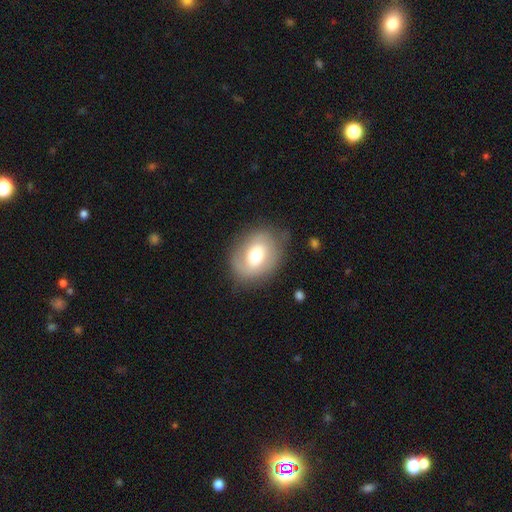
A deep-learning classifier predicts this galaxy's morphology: smooth_or_featured: smooth (p=0.50) [alt: featured or disk p=0.42]
how_rounded: in between (p=0.62) [alt: round p=0.37]
merging: none (p=0.68) [alt: minor disturbance p=0.21]